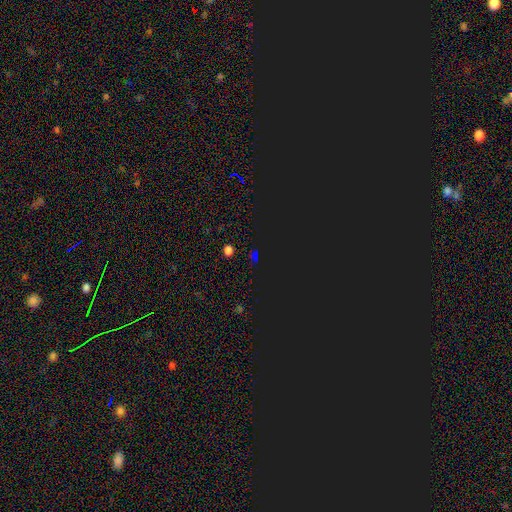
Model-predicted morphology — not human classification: Overall: star or artifact (68%).